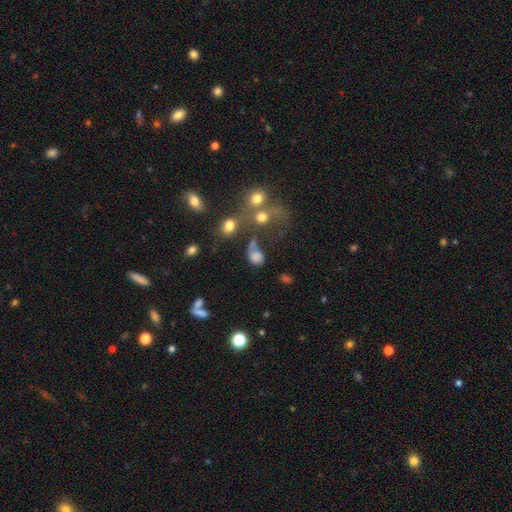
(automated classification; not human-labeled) smooth_or_featured: smooth (p=0.70) [alt: featured or disk p=0.15]
how_rounded: in between (p=0.61) [alt: round p=0.37]
merging: none (p=0.31) [alt: merger p=0.28]